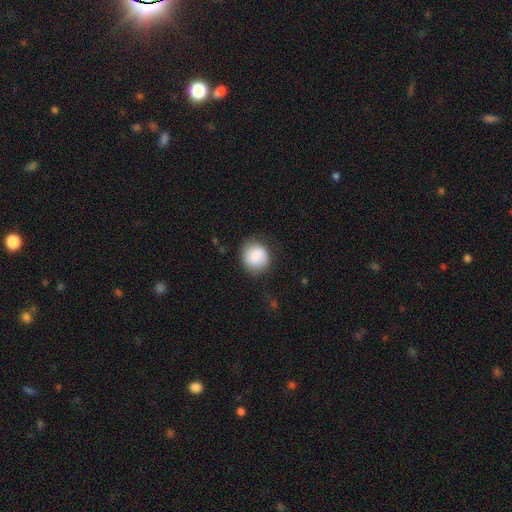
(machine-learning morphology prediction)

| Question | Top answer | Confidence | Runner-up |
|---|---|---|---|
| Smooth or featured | smooth | 83% | featured or disk (9%) |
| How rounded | round | 84% | in between (15%) |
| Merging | none | 76% | minor disturbance (17%) |